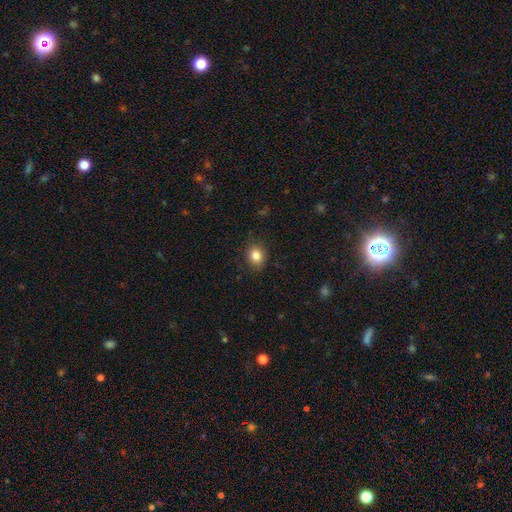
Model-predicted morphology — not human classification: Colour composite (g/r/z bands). It shows a smooth galaxy with no disk features (83%) that is round (64%). Merging: none (86%).